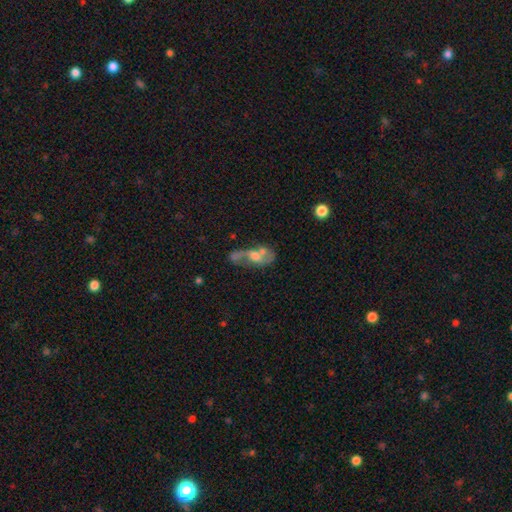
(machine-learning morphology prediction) This is likely a featured or disk galaxy (66%). It is clearly not viewed edge-on (92%). Bar: likely no (62%). Spiral arm pattern: likely yes (67%). Central bulge: possibly moderate (56%). Merging: marginally none (32%).